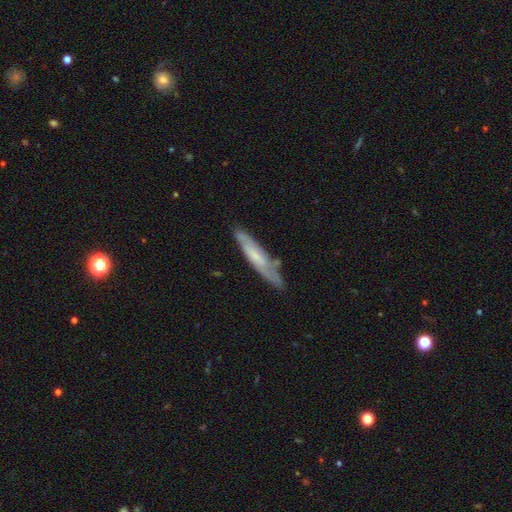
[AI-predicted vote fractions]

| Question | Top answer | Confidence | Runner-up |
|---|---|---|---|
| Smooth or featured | featured or disk | 57% | smooth (37%) |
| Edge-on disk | yes | 58% | no (42%) |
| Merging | none | 73% | minor disturbance (19%) |